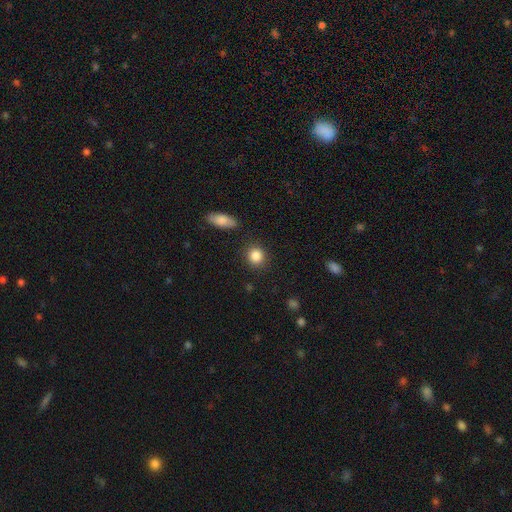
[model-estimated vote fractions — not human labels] smooth-or-featured: smooth: 87% | star or artifact: 9% | featured or disk: 4%
  how-rounded: round: 81% | in between: 17% | cigar-shaped: 1%
  merging: none: 86% | minor disturbance: 8% | merger: 3% | major disturbance: 3%